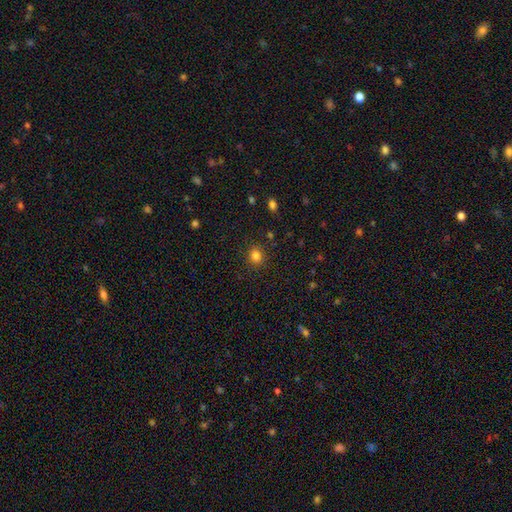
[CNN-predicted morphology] The model was most divided on "how rounded": round: 75%, in between: 24%, cigar-shaped: 1%. More confident: merging — none (87%); smooth or featured — smooth (82%).